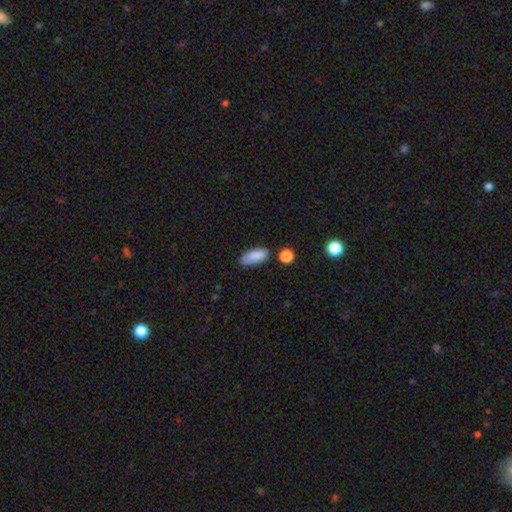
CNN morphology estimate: This appears to be a smooth galaxy with no disk features (86%) that is in between round and cigar-shaped (80%). Merging: none (67%).